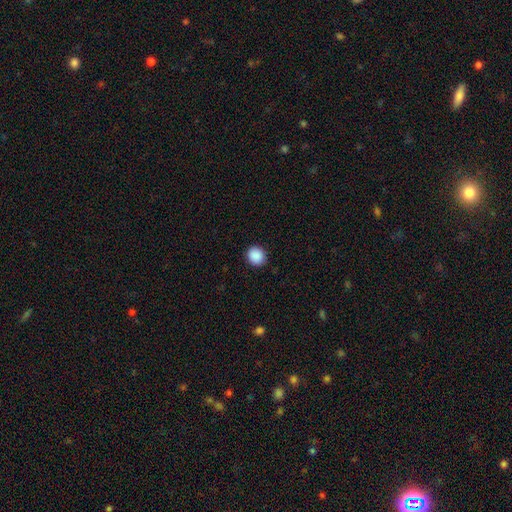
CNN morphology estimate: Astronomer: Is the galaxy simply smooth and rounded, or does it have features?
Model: smooth — 89%.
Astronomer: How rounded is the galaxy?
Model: round — 79%.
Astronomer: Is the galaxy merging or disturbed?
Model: none — 89%.